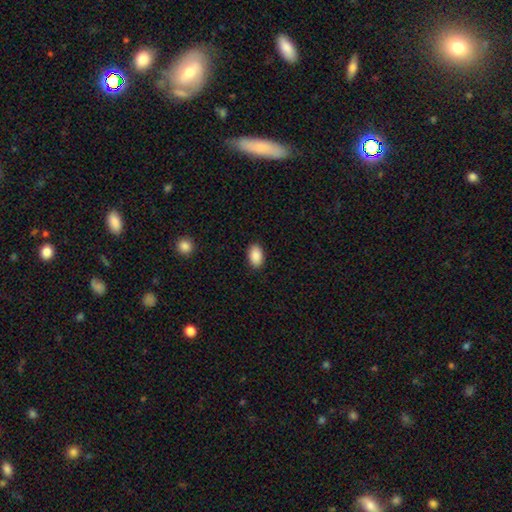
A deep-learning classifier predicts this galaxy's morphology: A smooth galaxy with no disk features (90%) that is in between round and cigar-shaped (91%).

Vote fractions:
- Smooth or featured? smooth: 90% / star or artifact: 7% / featured or disk: 3%
- How rounded? in between: 91% / round: 7% / cigar-shaped: 1%
- Merging? none: 89% / minor disturbance: 8% / major disturbance: 2% / merger: 1%